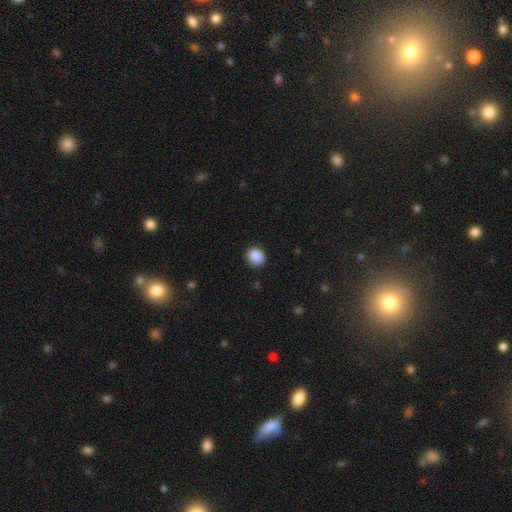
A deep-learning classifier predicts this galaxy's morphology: Q: Smooth or featured?
A: smooth (88%); runner-up: star or artifact (9%)
Q: How rounded?
A: round (71%); runner-up: in between (28%)
Q: Merging?
A: none (84%); runner-up: minor disturbance (12%)